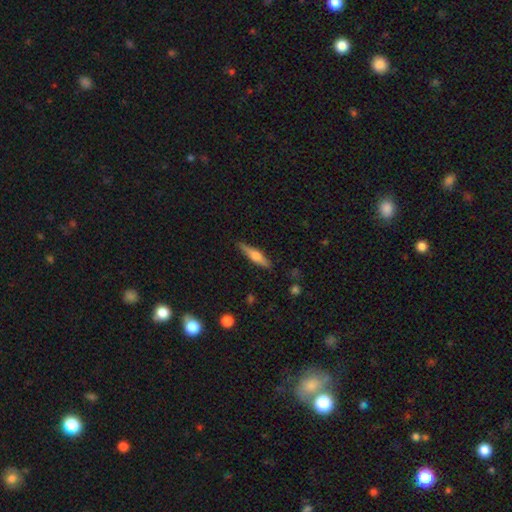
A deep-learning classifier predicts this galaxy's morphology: Q: Smooth or featured?
A: smooth (48%); runner-up: featured or disk (46%)
Q: Merging?
A: none (85%); runner-up: minor disturbance (11%)